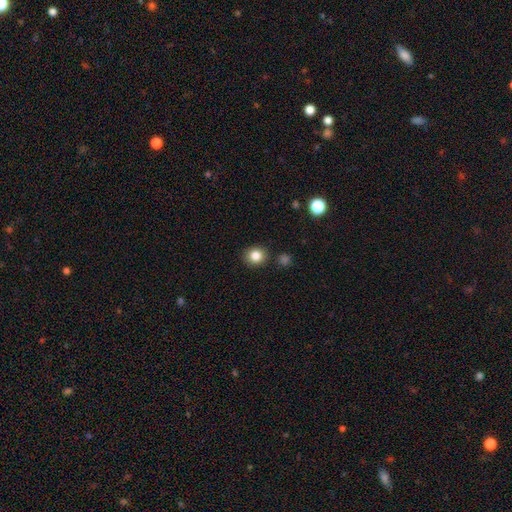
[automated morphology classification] Q: Smooth or featured?
A: smooth (84%); runner-up: star or artifact (11%)
Q: How rounded?
A: round (82%); runner-up: in between (17%)
Q: Merging?
A: none (88%); runner-up: minor disturbance (7%)